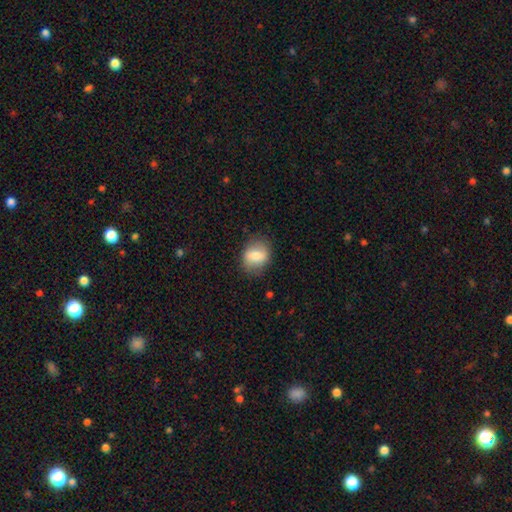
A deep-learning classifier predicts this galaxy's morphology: Smooth or featured: smooth — 73% (featured or disk — 20%)
How rounded: in between — 53% (round — 45%)
Merging: none — 79% (minor disturbance — 15%)